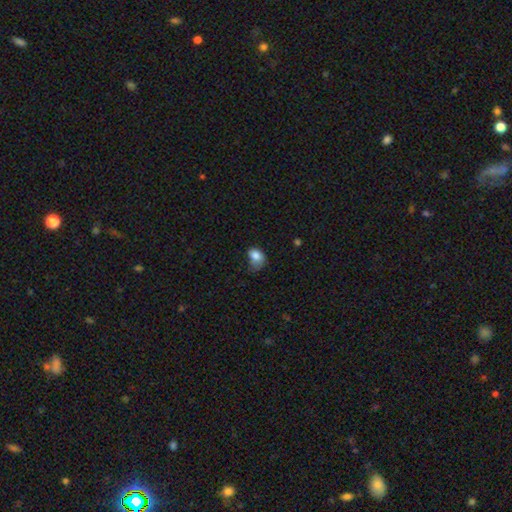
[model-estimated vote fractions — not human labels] Overall: smooth (82%). How rounded: in between (64%; round 35%). Merging: minor disturbance (41%; none 29%).